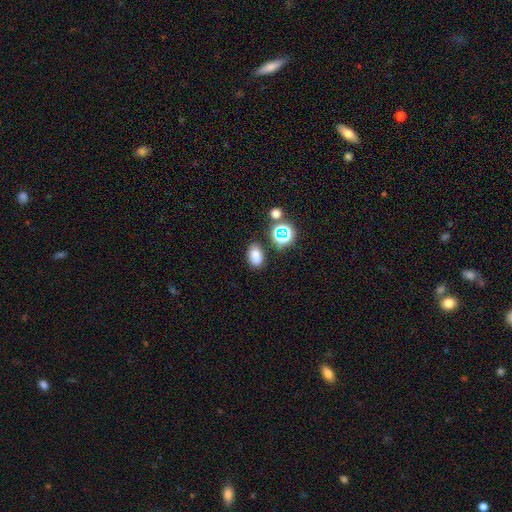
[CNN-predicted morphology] A smooth galaxy with no disk features (77%) that is in between round and cigar-shaped (83%). Merging: none (79%).